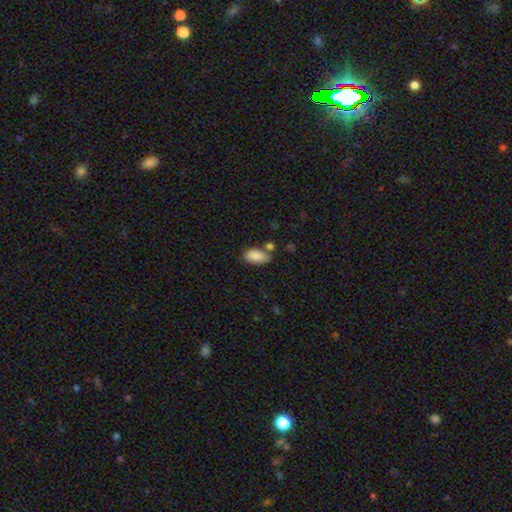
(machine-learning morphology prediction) A smooth galaxy with no disk features (87%) that is in between round and cigar-shaped (92%).

Vote fractions:
- Smooth or featured? smooth: 87% / star or artifact: 7% / featured or disk: 6%
- How rounded? in between: 92% / cigar-shaped: 4% / round: 4%
- Merging? none: 59% / minor disturbance: 21% / merger: 14% / major disturbance: 5%